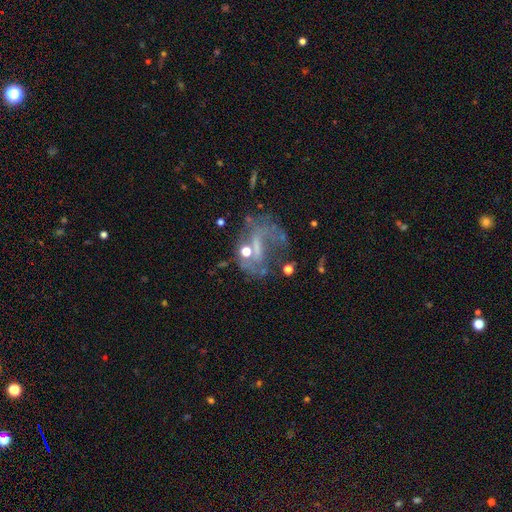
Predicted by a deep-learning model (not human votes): smooth-or-featured: featured or disk: 62% | star or artifact: 20% | smooth: 18%
  disk-edge-on: no: 96% | yes: 4%
    bar: no: 55% | weak: 31% | strong: 13%
    has-spiral-arms: no: 57% | yes: 43%
    bulge-size: small: 33% | moderate: 31% | none: 30% | large: 4% | dominant: 2%
  merging: major disturbance: 43% | none: 31% | minor disturbance: 16% | merger: 10%